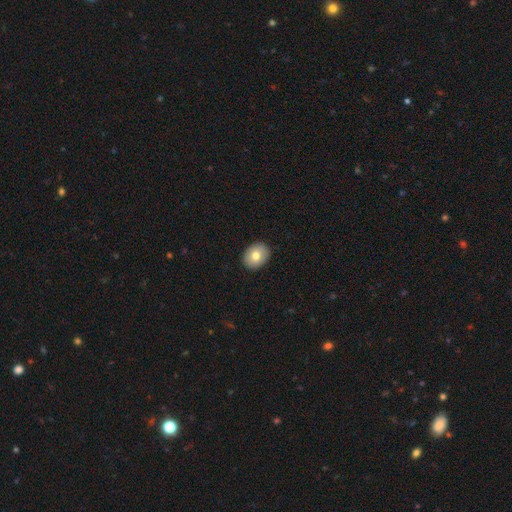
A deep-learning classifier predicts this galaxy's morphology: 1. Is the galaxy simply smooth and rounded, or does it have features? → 75% smooth, 17% featured or disk, 8% star or artifact.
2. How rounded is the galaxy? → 58% in between, 41% round, 1% cigar-shaped.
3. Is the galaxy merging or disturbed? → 90% none, 7% minor disturbance, 2% major disturbance, 1% merger.